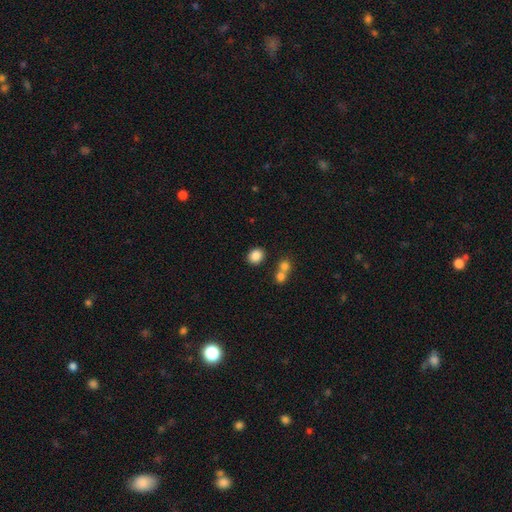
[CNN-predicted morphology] smooth_or_featured: smooth (p=0.86) [alt: star or artifact p=0.10]
how_rounded: round (p=0.59) [alt: in between p=0.40]
merging: none (p=0.78) [alt: merger p=0.11]